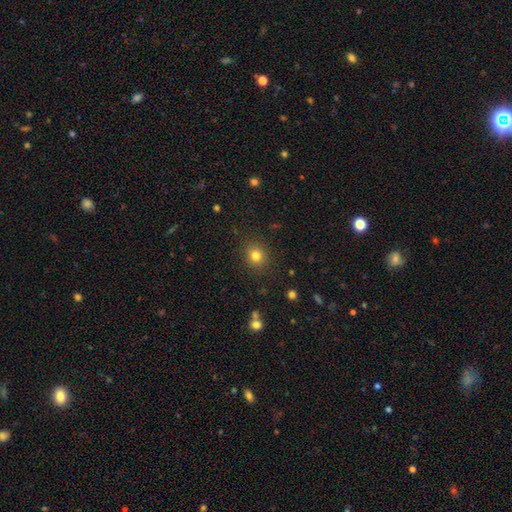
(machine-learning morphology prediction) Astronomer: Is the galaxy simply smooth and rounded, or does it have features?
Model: smooth — 80%.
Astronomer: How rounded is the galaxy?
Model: round — 83%.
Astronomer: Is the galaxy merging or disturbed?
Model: none — 88%.